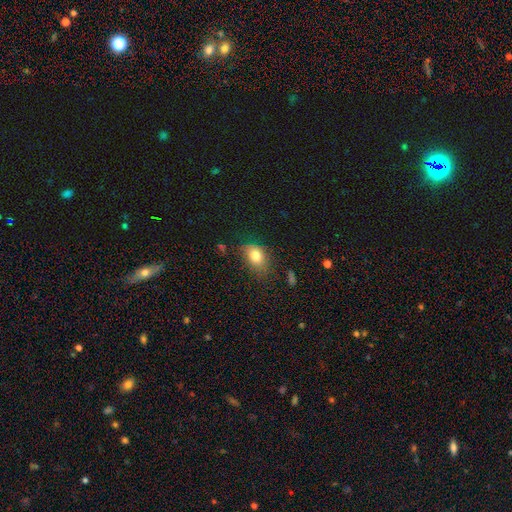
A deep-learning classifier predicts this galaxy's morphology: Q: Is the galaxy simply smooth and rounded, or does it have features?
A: smooth — 79%.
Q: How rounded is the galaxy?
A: in between — 72%.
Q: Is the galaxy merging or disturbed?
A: none — 63%.